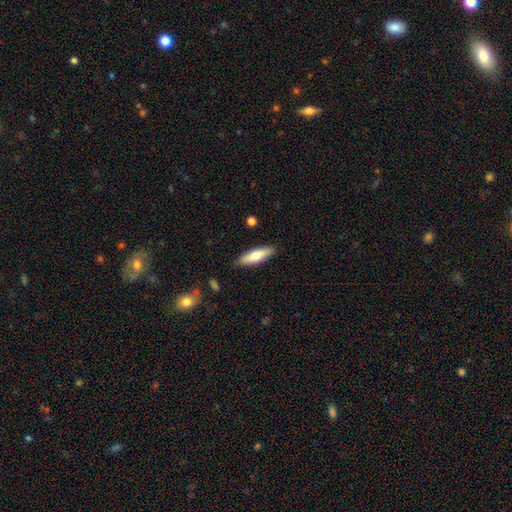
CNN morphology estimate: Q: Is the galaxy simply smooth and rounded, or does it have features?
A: smooth — 68%.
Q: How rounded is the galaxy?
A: cigar-shaped — 61%.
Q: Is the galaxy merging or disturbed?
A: none — 87%.